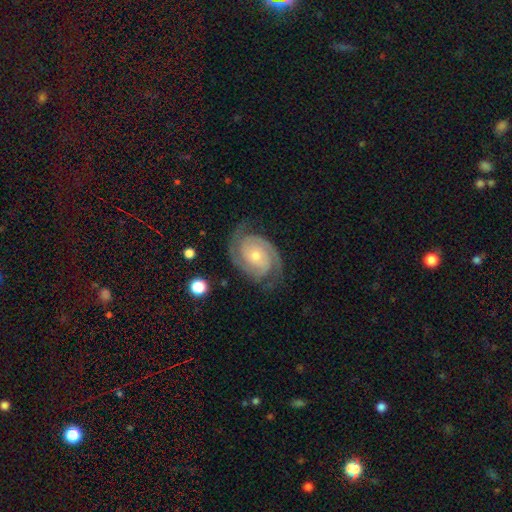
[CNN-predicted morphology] A featured or disk galaxy (91%) with no bar (68%), 2 (87%) tight (67%) spiral arms (98%) and a small central bulge (64%).

Vote fractions:
- Smooth or featured? featured or disk: 91% / star or artifact: 5% / smooth: 5%
- Edge-on disk? no: 97% / yes: 3%
- Bar? no: 68% / weak: 23% / strong: 9%
- Spiral arms? yes: 98% / no: 2%
- Spiral winding? tight: 67% / medium: 29% / loose: 4%
- Spiral arm count? 2: 87% / 3: 5% / can't tell: 3% / 4: 1% / 1: 1% / more than 4: 1%
- Bulge size? small: 64% / moderate: 31% / none: 2% / large: 2% / dominant: 1%
- Merging? none: 80% / minor disturbance: 14% / major disturbance: 5% / merger: 1%